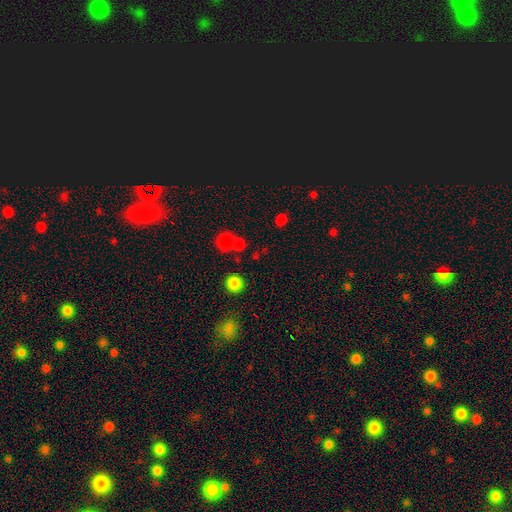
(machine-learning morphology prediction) Smooth or featured?
  - smooth: 74% *
  - star or artifact: 19%
  - featured or disk: 6%
How rounded?
  - round: 83% *
  - in between: 15%
  - cigar-shaped: 1%
Merging?
  - none: 67% *
  - merger: 22%
  - minor disturbance: 8%
  - major disturbance: 4%